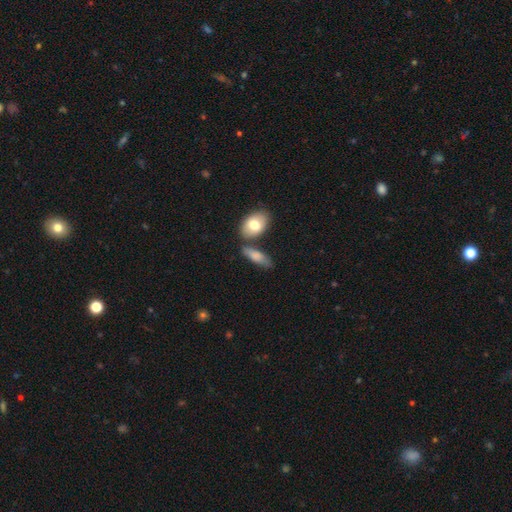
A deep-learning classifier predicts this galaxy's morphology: A smooth galaxy with no disk features (76%) that is in between round and cigar-shaped (72%). Merging: none (61%).